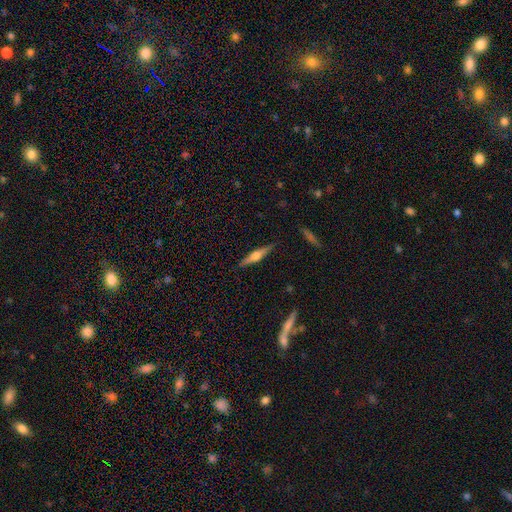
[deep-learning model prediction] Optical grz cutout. It shows a featured or disk galaxy (63%) viewed edge-on (97%) with a rounded central bulge (89%). Merging: none (89%).